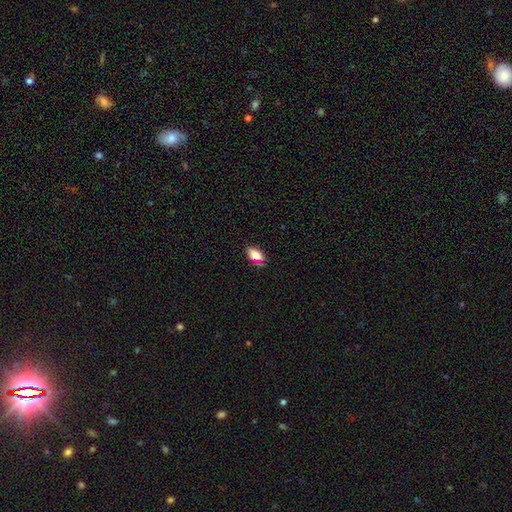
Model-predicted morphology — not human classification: Smooth or featured? Predicted: smooth (p=0.79). How rounded? Predicted: in between (p=0.89). Merging? Predicted: none (p=0.79).